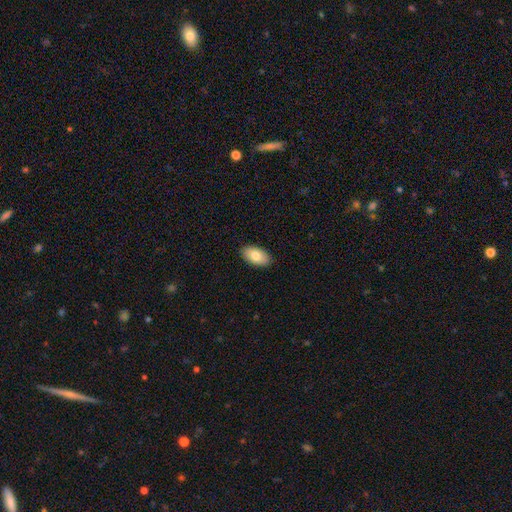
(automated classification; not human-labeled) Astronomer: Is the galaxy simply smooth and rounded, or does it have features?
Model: smooth — 82%.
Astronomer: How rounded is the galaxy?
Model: in between — 95%.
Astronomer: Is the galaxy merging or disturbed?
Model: none — 90%.